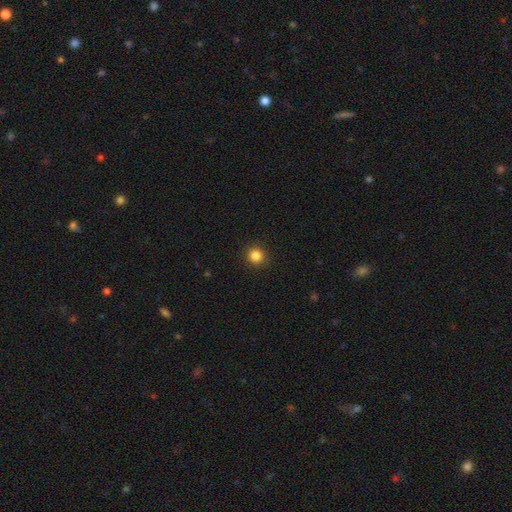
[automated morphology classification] A smooth galaxy with no disk features (85%) that is round (93%).

Vote fractions:
- Smooth or featured? smooth: 85% / star or artifact: 12% / featured or disk: 4%
- How rounded? round: 93% / in between: 6% / cigar-shaped: 1%
- Merging? none: 91% / minor disturbance: 6% / major disturbance: 2% / merger: 1%